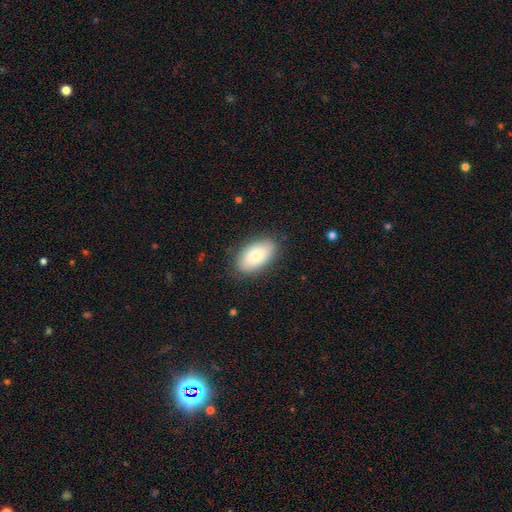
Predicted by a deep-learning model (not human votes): Overall: smooth (81%). How rounded: in between (94%). Merging: none (84%).